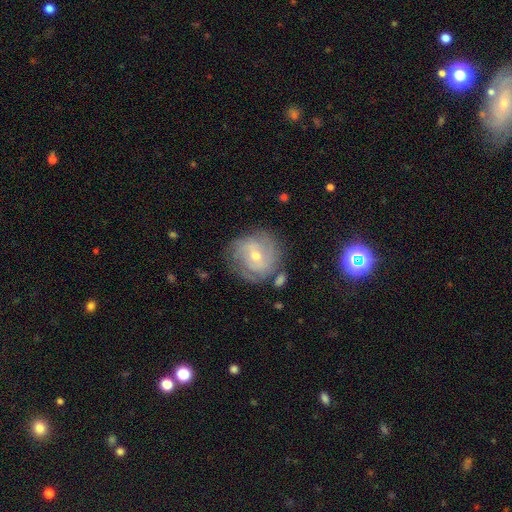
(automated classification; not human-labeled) A featured or disk galaxy (77%) with no bar (58%), tight (62%) spiral arms (92%) and a small central bulge (52%). Merging: none (74%).